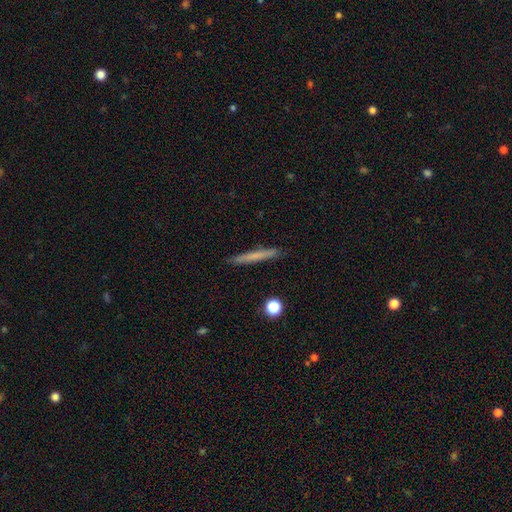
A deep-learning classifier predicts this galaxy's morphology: A smooth galaxy with no disk features (64%) that is cigar-shaped (96%). Merging: none (90%).